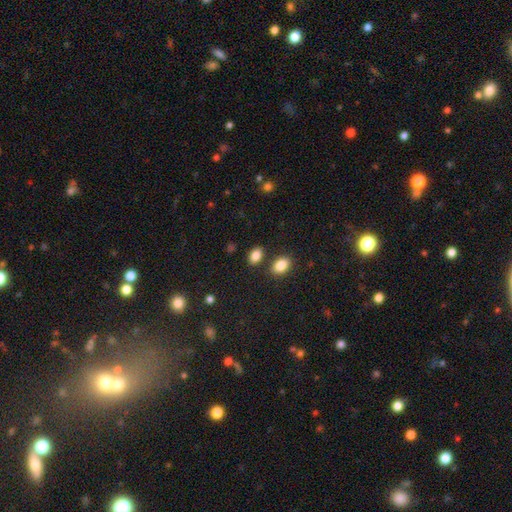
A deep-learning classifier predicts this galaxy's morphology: The model was most divided on "merging": none: 77%, merger: 10%, minor disturbance: 10%, major disturbance: 3%. More confident: smooth or featured — smooth (86%); how rounded — in between (84%).